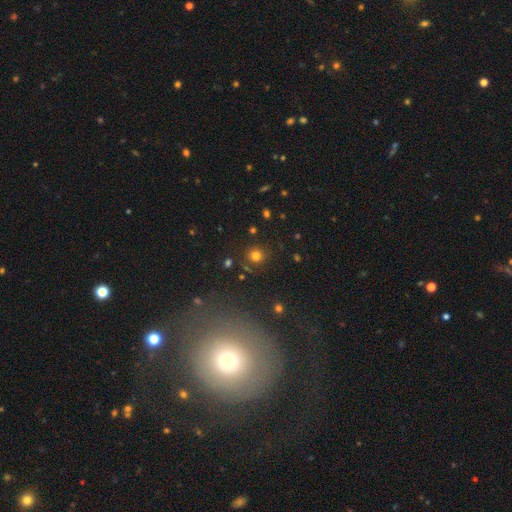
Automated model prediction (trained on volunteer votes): Morphology: type=smooth (77%); roundness=round (90%); merging=none (85%).